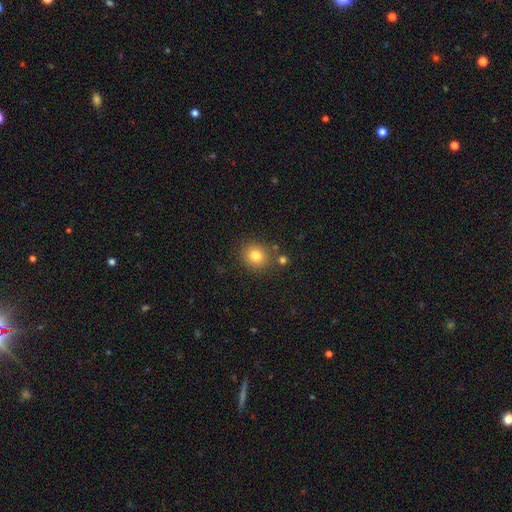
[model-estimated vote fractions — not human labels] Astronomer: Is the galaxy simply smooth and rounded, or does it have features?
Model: smooth — 82%.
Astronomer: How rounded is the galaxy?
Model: round — 78%.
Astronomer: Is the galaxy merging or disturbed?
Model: none — 80%.